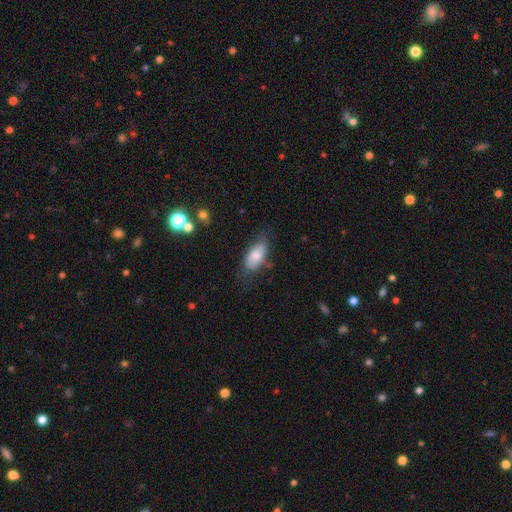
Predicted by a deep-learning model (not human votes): The model was most divided on "merging": none: 64%, minor disturbance: 25%, major disturbance: 8%, merger: 3%. More confident: how rounded — in between (87%); smooth or featured — smooth (75%).